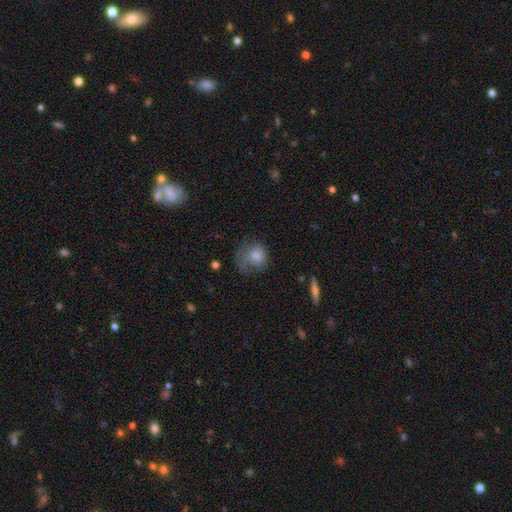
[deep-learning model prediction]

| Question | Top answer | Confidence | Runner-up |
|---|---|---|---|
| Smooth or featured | smooth | 68% | featured or disk (23%) |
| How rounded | round | 59% | in between (39%) |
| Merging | major disturbance | 35% | tied: none (35%) |